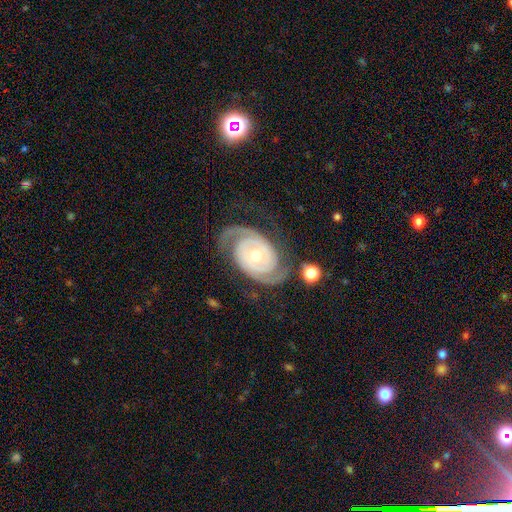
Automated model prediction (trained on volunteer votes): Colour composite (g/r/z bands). It shows a featured or disk galaxy (91%) with no bar (68%), 2 (88%) tight (65%) spiral arms (98%) and a moderate central bulge (60%). Merging: none (75%).